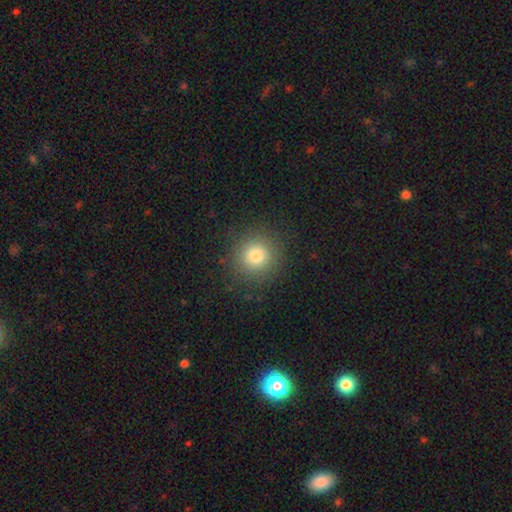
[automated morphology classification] type=smooth (79%); roundness=round (94%); merging=none (88%).